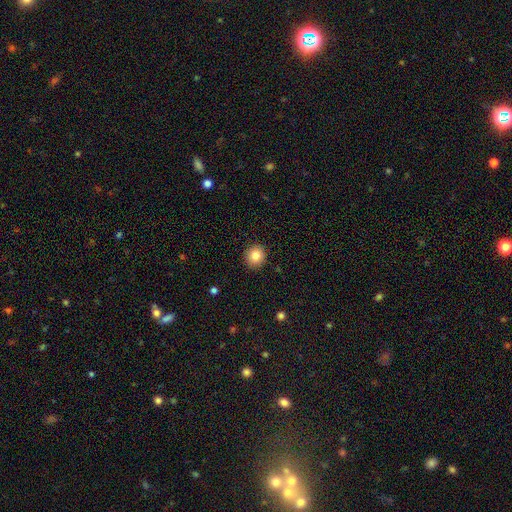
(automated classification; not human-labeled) This is clearly a smooth galaxy (84%). How rounded: clearly round (87%). Merging: clearly none (91%).